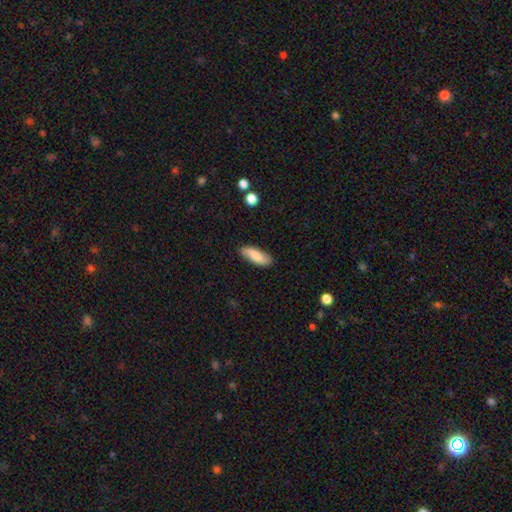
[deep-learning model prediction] Smooth or featured: smooth — 74% (featured or disk — 20%)
How rounded: in between — 68% (cigar-shaped — 30%)
Merging: none — 83% (minor disturbance — 13%)